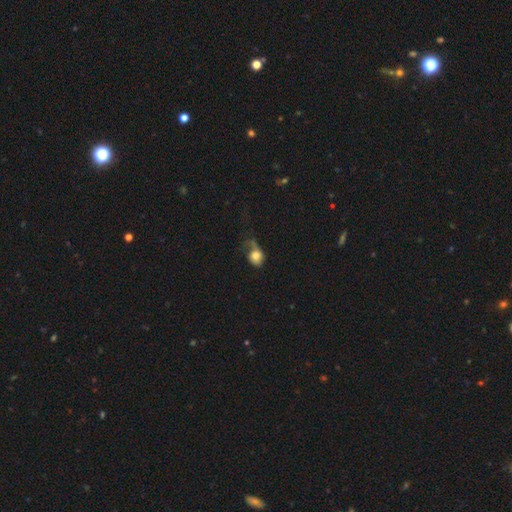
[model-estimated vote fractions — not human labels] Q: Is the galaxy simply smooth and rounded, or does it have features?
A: smooth — 70%.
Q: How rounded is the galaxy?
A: round — 51%.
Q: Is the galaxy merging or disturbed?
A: major disturbance — 41%.